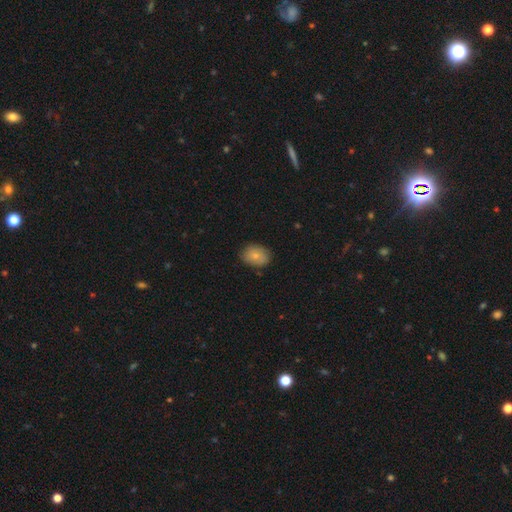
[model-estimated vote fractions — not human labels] Morphology: type=smooth (80%); roundness=in between (66%); merging=none (81%).